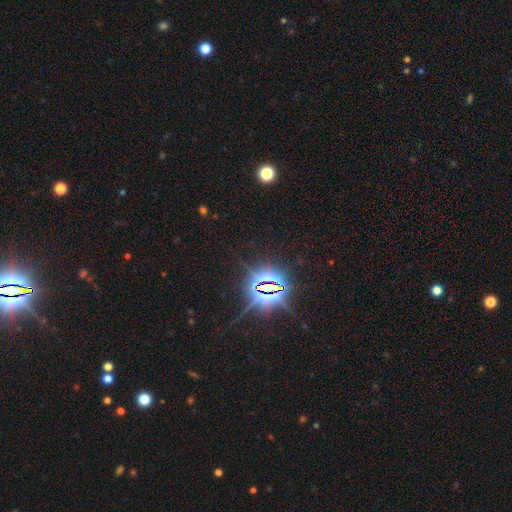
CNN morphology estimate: The model was most divided on "smooth or featured": star or artifact: 85%, smooth: 9%, featured or disk: 7%.